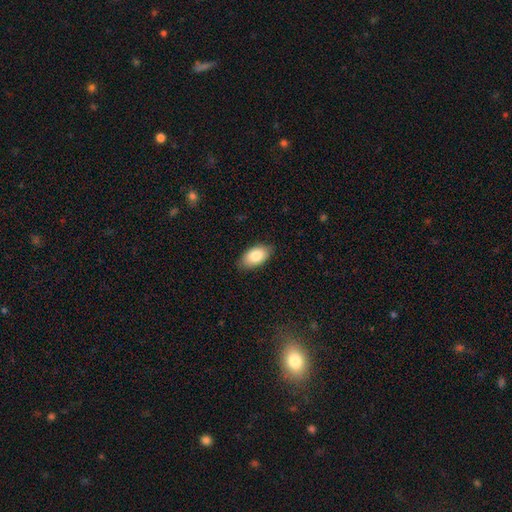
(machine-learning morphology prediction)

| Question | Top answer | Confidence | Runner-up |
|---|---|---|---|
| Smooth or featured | smooth | 84% | featured or disk (10%) |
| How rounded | in between | 94% | round (4%) |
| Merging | none | 84% | minor disturbance (13%) |